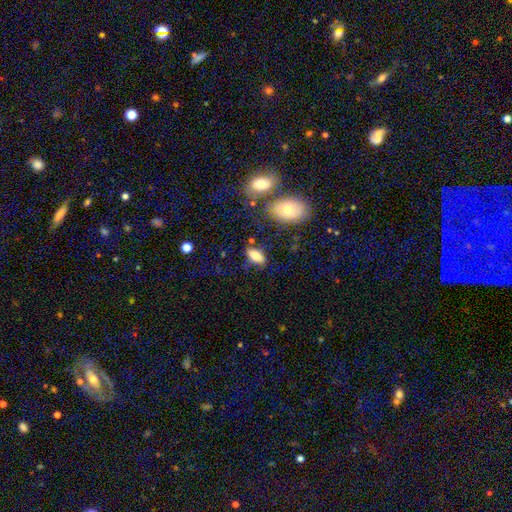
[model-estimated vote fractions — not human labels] smooth_or_featured: smooth (p=0.77) [alt: featured or disk p=0.15]
how_rounded: in between (p=0.88) [alt: cigar-shaped p=0.08]
merging: none (p=0.77) [alt: minor disturbance p=0.14]